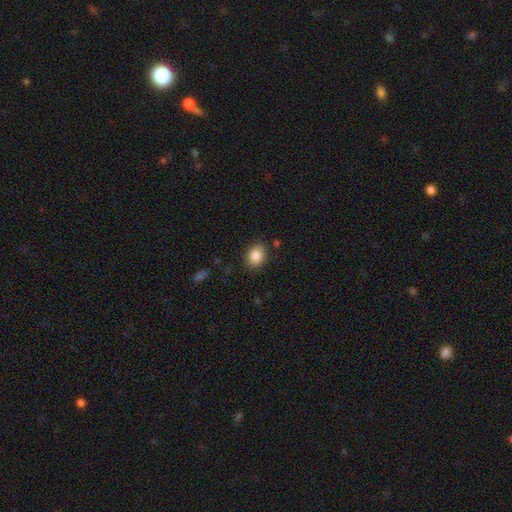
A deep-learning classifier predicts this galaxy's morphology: Smooth or featured?
  - smooth: 85% *
  - star or artifact: 8%
  - featured or disk: 6%
How rounded?
  - in between: 67% *
  - round: 32%
  - cigar-shaped: 1%
Merging?
  - none: 84% *
  - minor disturbance: 11%
  - major disturbance: 3%
  - merger: 2%